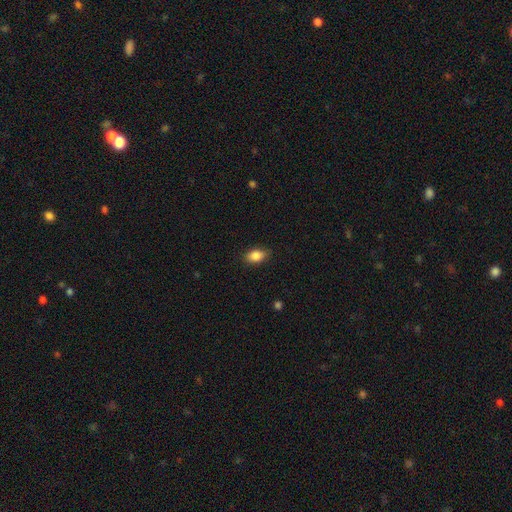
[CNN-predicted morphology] smooth 86%, star or artifact 8%, featured or disk 6%. Down the decision tree: how rounded — in between (83%); merging — none (85%).